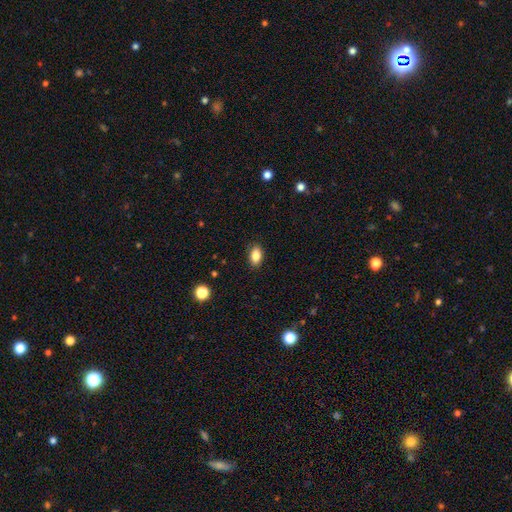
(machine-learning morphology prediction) type=smooth (86%); roundness=in between (89%); merging=none (88%).